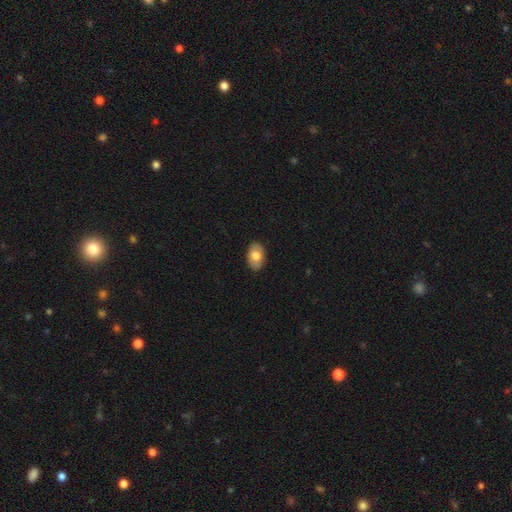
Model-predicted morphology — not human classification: This is likely a smooth galaxy (72%). How rounded: clearly in between (89%). Merging: clearly none (88%).